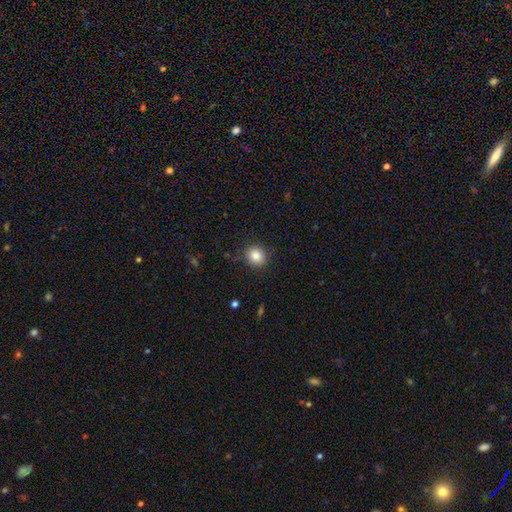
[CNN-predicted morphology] Overall: smooth (86%). How rounded: round (80%). Merging: none (87%).